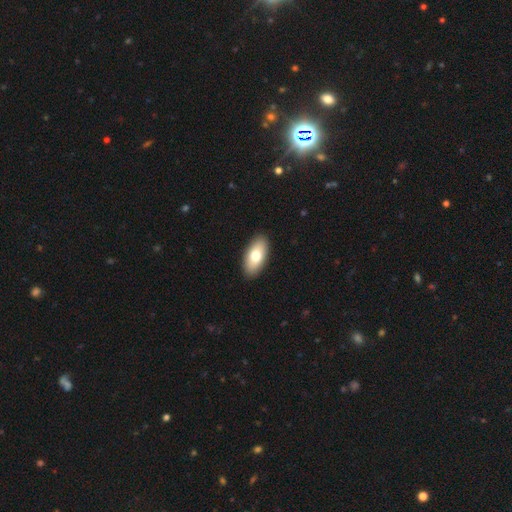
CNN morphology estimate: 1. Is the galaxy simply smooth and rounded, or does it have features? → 76% smooth, 18% featured or disk, 6% star or artifact.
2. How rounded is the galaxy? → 92% in between, 5% cigar-shaped, 3% round.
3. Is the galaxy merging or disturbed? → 91% none, 7% minor disturbance, 2% major disturbance, 1% merger.